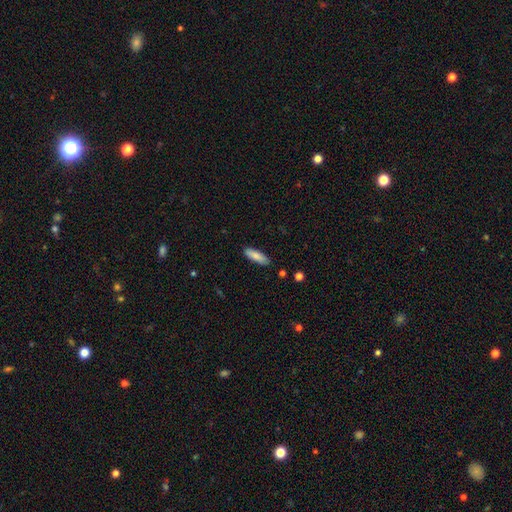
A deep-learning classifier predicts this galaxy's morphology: Q: Smooth or featured?
A: smooth (82%); runner-up: featured or disk (12%)
Q: How rounded?
A: in between (53%); runner-up: cigar-shaped (45%)
Q: Merging?
A: none (88%); runner-up: minor disturbance (9%)